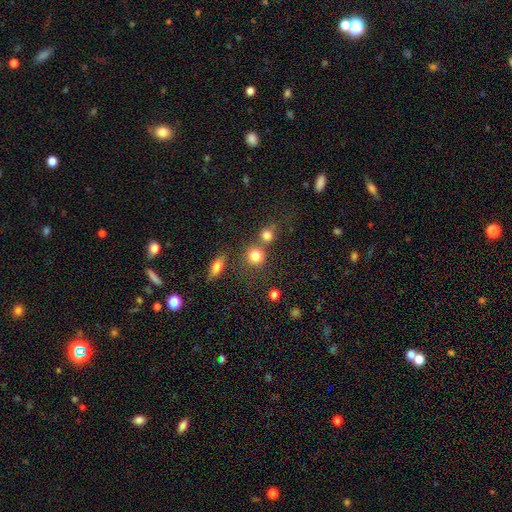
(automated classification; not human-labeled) Q: Smooth or featured?
A: smooth (81%); runner-up: star or artifact (12%)
Q: How rounded?
A: round (85%); runner-up: in between (13%)
Q: Merging?
A: none (57%); runner-up: merger (30%)